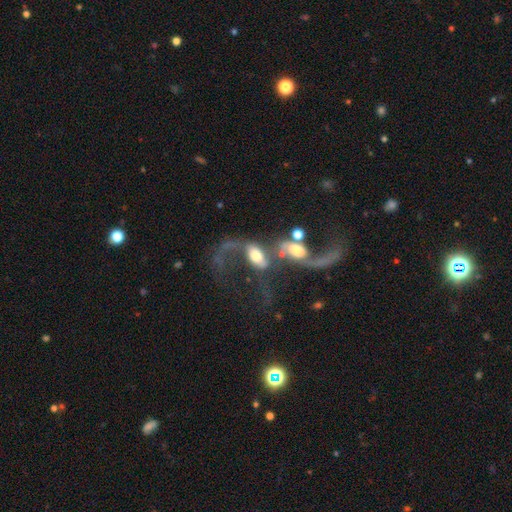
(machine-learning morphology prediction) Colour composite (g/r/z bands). It shows a featured or disk galaxy (53%). Merging: merger (62%).